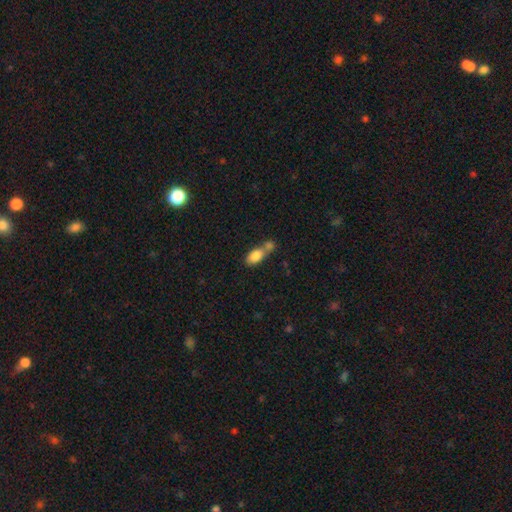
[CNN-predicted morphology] smooth-or-featured: smooth: 82% | featured or disk: 11% | star or artifact: 8%
  how-rounded: in between: 86% | cigar-shaped: 7% | round: 7%
  merging: merger: 57% | none: 28% | minor disturbance: 10% | major disturbance: 5%